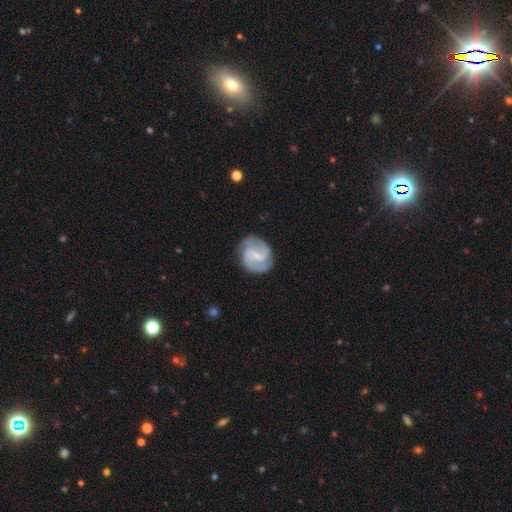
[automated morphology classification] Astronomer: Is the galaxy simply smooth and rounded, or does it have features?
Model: featured or disk — 81%.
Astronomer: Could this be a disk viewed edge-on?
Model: no — 98%.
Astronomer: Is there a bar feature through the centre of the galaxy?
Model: weak — 54% (runner-up: strong, 32%).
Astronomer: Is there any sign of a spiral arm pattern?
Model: yes — 94%.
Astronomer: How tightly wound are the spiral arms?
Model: medium — 53%.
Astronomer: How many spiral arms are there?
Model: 2 — 87%.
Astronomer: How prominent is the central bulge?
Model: small — 56%.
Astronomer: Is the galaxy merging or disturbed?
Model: none — 76%.